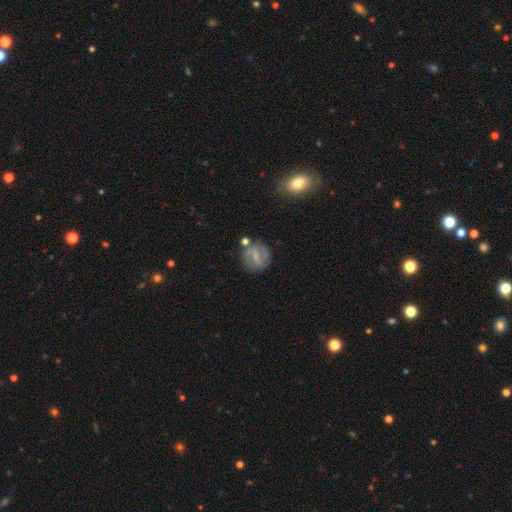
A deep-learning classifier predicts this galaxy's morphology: A featured or disk galaxy (47%).

Vote fractions:
- Smooth or featured? featured or disk: 47% / smooth: 44% / star or artifact: 8%
- Merging? none: 71% / minor disturbance: 15% / merger: 9% / major disturbance: 5%